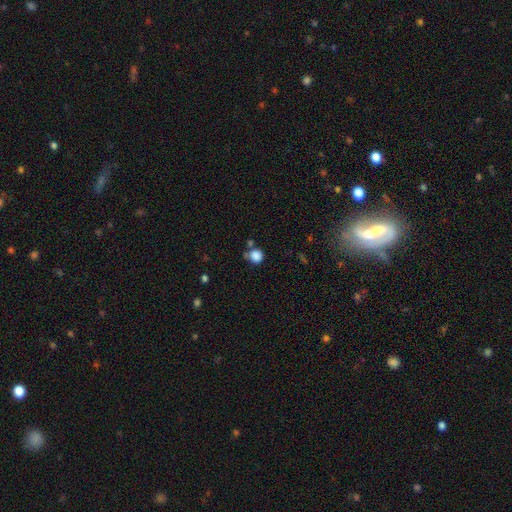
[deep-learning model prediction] Q: Smooth or featured?
A: smooth (85%); runner-up: star or artifact (10%)
Q: How rounded?
A: round (88%); runner-up: in between (11%)
Q: Merging?
A: none (63%); runner-up: minor disturbance (16%)